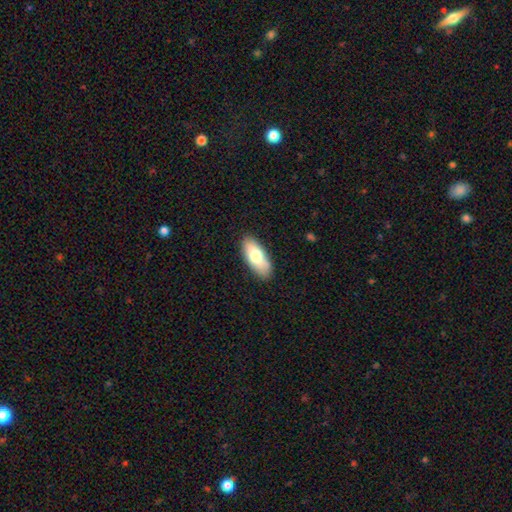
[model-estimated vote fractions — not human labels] The model was most divided on "smooth or featured": smooth: 74%, featured or disk: 20%, star or artifact: 6%. More confident: merging — none (86%); how rounded — in between (85%).